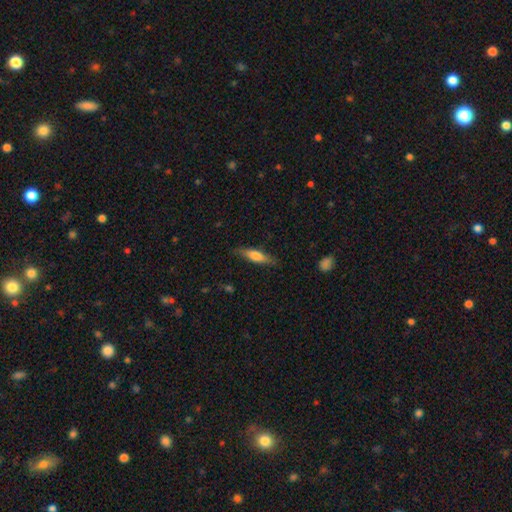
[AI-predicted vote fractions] smooth 63%, featured or disk 31%, star or artifact 6%. Down the decision tree: how rounded — cigar-shaped (68%); merging — none (81%).